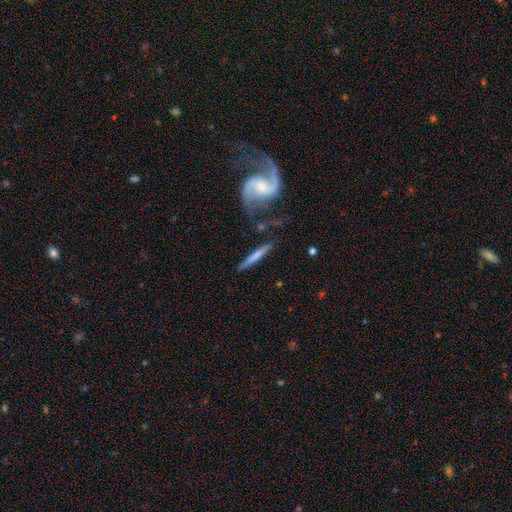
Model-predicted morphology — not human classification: The model was most divided on "smooth or featured": smooth: 51%, featured or disk: 43%, star or artifact: 5%. More confident: how rounded — cigar-shaped (93%); merging — none (75%).